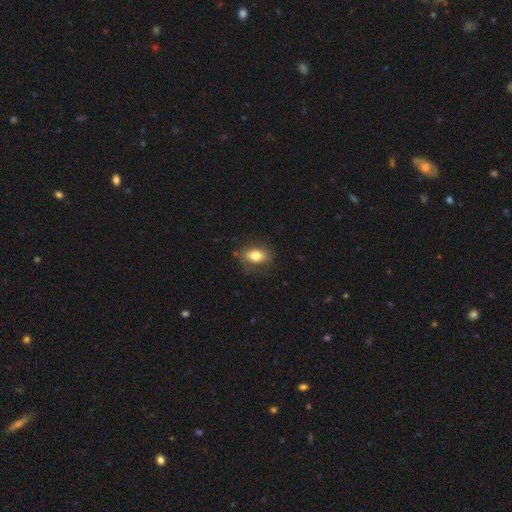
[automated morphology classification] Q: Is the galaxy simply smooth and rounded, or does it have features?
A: smooth — 75%.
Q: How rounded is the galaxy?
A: in between — 81%.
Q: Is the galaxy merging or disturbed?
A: none — 80%.